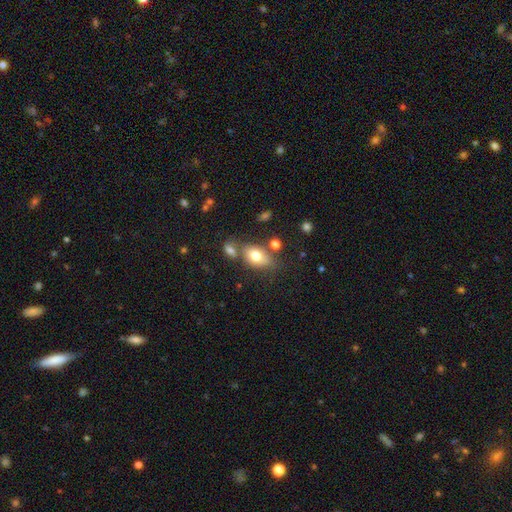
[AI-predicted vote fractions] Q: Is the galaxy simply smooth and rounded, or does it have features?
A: smooth — 74%.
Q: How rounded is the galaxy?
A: in between — 83%.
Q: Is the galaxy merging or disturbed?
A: none — 55%.